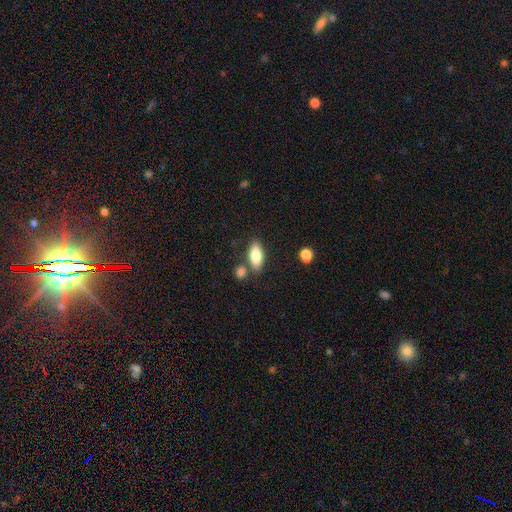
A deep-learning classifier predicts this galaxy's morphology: This is clearly a smooth galaxy (81%). How rounded: clearly in between (83%). Merging: likely none (74%).